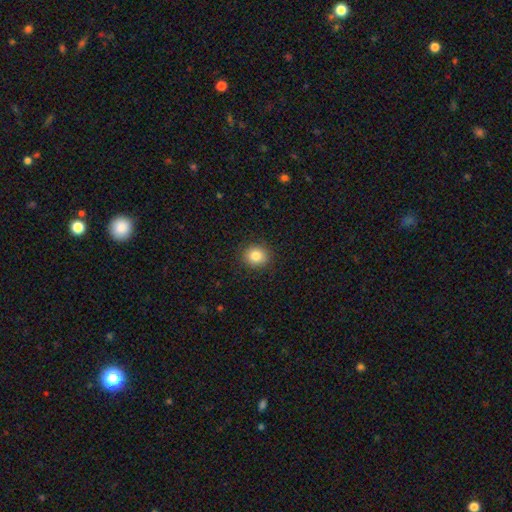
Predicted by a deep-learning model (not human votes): smooth_or_featured: smooth (p=0.84) [alt: star or artifact p=0.10]
how_rounded: round (p=0.77) [alt: in between p=0.22]
merging: none (p=0.89) [alt: minor disturbance p=0.07]